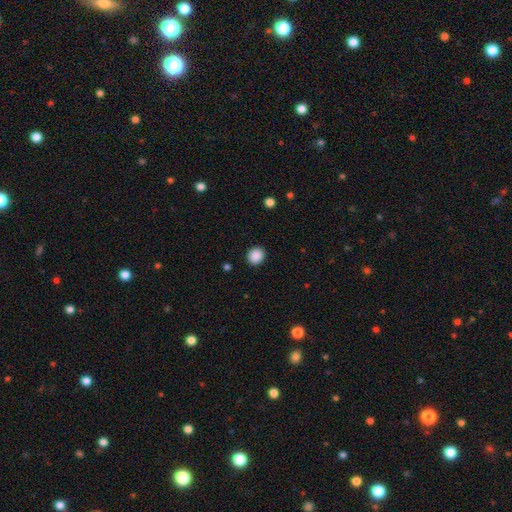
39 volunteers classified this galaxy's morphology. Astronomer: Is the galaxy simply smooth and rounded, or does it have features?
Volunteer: smooth — 95%.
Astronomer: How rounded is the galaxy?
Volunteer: round — 84%.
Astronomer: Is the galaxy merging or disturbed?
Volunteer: none — 97%.